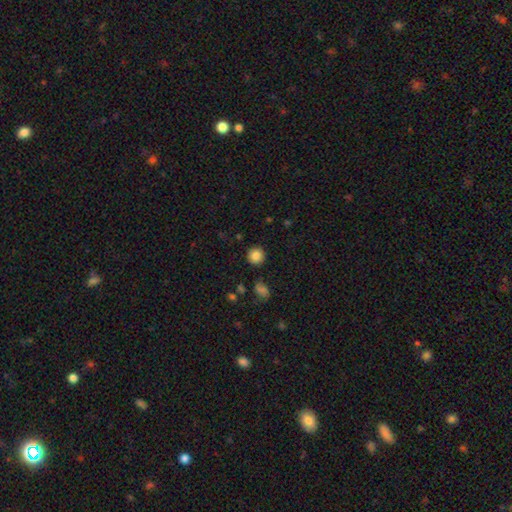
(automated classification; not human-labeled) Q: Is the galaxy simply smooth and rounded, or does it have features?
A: smooth — 85%.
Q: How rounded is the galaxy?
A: round — 93%.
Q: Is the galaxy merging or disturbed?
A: none — 89%.